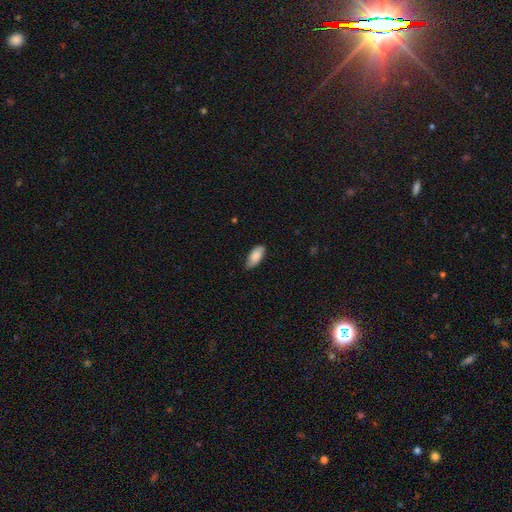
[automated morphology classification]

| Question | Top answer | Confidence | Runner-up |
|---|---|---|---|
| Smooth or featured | smooth | 84% | featured or disk (10%) |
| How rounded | in between | 90% | cigar-shaped (8%) |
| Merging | none | 77% | minor disturbance (19%) |